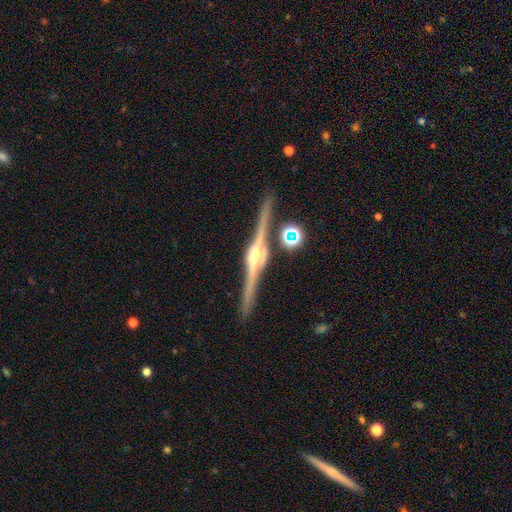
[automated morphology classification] Smooth or featured: featured or disk — 90% (star or artifact — 6%)
Edge-on disk: yes — 98% (no — 2%)
Edge-on bulge: rounded — 88% (boxy — 9%)
Merging: none — 87% (minor disturbance — 7%)